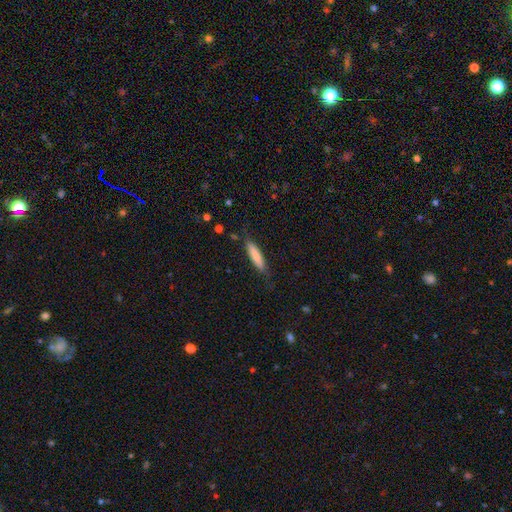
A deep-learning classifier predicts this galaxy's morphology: smooth 80%, featured or disk 14%, star or artifact 6%. Down the decision tree: how rounded — cigar-shaped (80%); merging — none (79%).